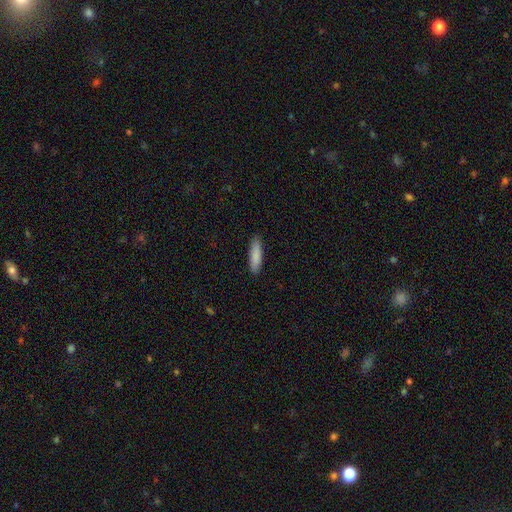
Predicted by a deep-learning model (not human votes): smooth-or-featured: smooth: 87% | featured or disk: 7% | star or artifact: 6%
  how-rounded: cigar-shaped: 68% | in between: 31% | round: 1%
  merging: none: 89% | minor disturbance: 8% | major disturbance: 2% | merger: 1%